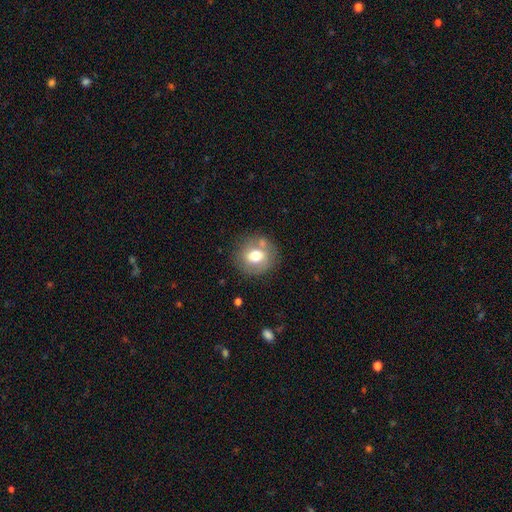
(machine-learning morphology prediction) The model was most divided on "smooth or featured": smooth: 67%, featured or disk: 24%, star or artifact: 9%. More confident: how rounded — round (81%); merging — none (72%).